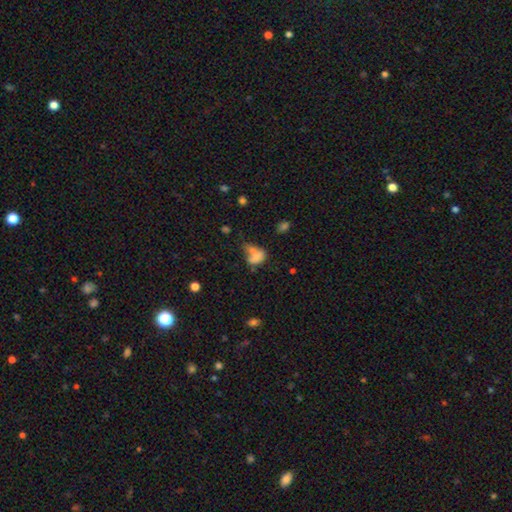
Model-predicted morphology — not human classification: type=smooth (68%); roundness=in between (71%); merging=merger (46%).